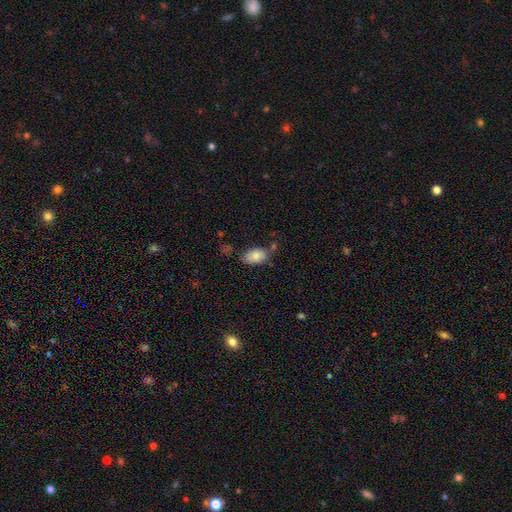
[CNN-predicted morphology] The model was most divided on "merging": none: 63%, minor disturbance: 23%, merger: 9%, major disturbance: 6%. More confident: how rounded — in between (92%); smooth or featured — smooth (83%).